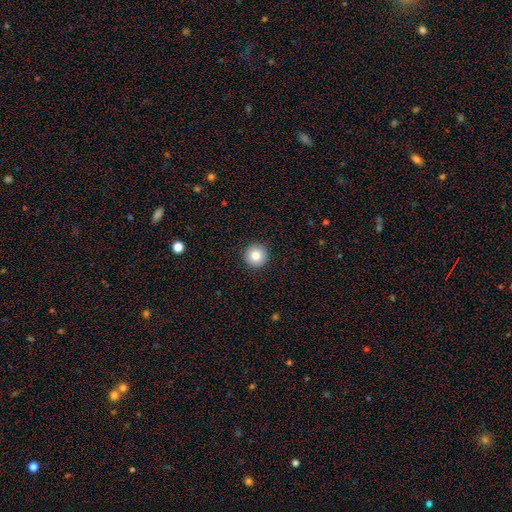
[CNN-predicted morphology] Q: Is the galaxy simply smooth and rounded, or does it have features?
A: smooth — 82%.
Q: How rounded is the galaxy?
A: round — 96%.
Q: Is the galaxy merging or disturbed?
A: none — 93%.